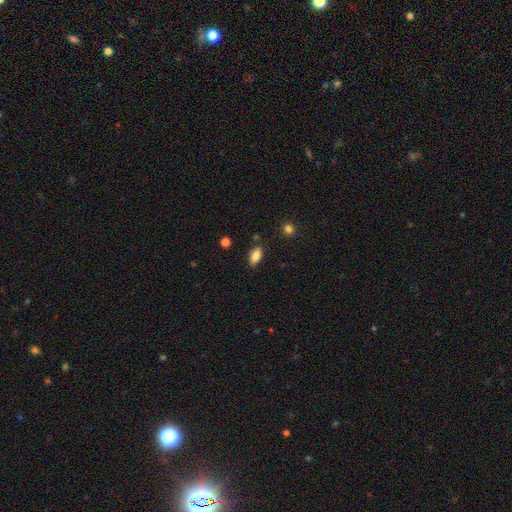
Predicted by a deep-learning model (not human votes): A smooth galaxy with no disk features (83%) that is in between round and cigar-shaped (89%). Merging: none (83%).